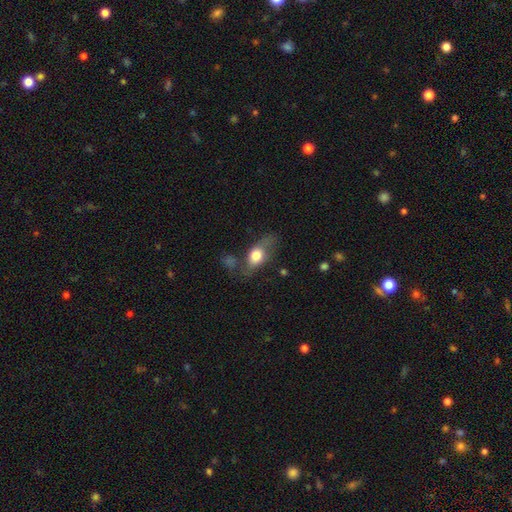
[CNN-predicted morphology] A smooth galaxy with no disk features (64%) that is in between round and cigar-shaped (74%).

Vote fractions:
- Smooth or featured? smooth: 64% / featured or disk: 28% / star or artifact: 8%
- How rounded? in between: 74% / round: 15% / cigar-shaped: 10%
- Merging? none: 51% / minor disturbance: 26% / major disturbance: 16% / merger: 7%